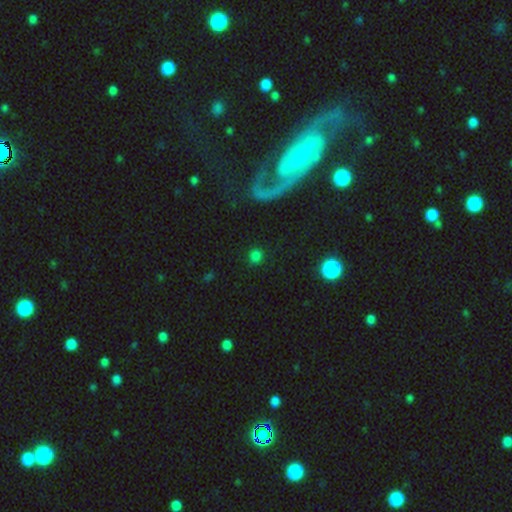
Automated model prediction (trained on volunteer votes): smooth_or_featured: smooth (p=0.72) [alt: star or artifact p=0.21]
how_rounded: round (p=0.86) [alt: in between p=0.13]
merging: none (p=0.86) [alt: minor disturbance p=0.08]